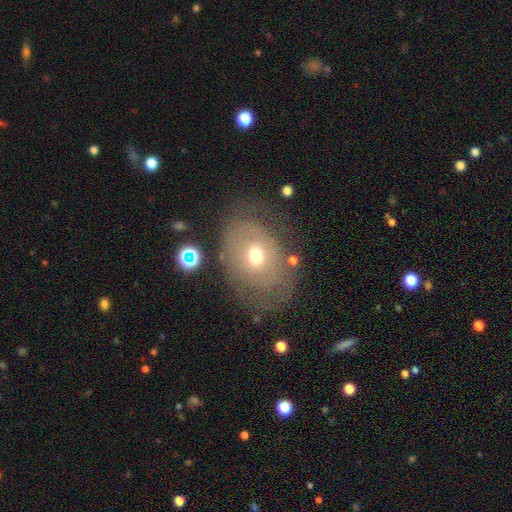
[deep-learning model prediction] This is possibly a featured or disk galaxy (57%). It is clearly not viewed edge-on (93%). Bar: clearly no (82%). Spiral arm pattern: possibly yes (50%, tied with no). Central bulge: likely moderate (61%). Merging: likely none (73%).